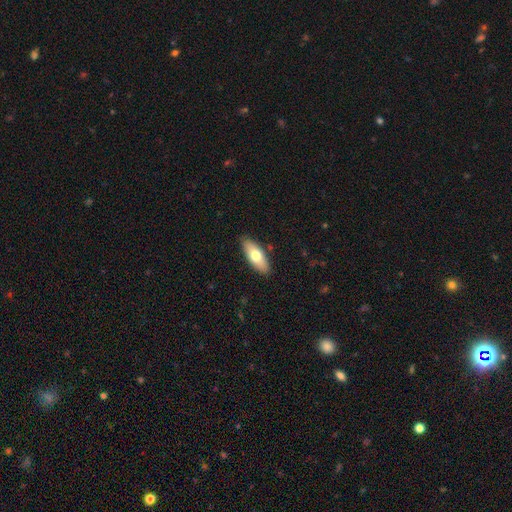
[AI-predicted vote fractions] Morphology: type=smooth (67%); roundness=in between (76%); merging=none (87%).